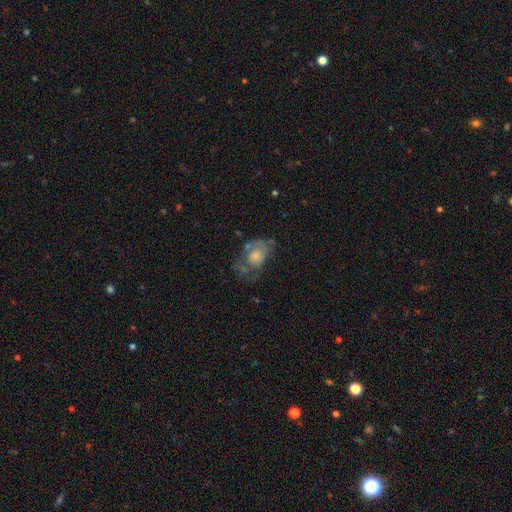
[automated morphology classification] A featured or disk galaxy (53%) with no bar (85%), no spiral arms (57%) and a moderate central bulge (46%).

Vote fractions:
- Smooth or featured? featured or disk: 53% / smooth: 36% / star or artifact: 12%
- Edge-on disk? no: 95% / yes: 5%
- Bar? no: 85% / weak: 13% / strong: 2%
- Spiral arms? no: 57% / yes: 43%
- Bulge size? moderate: 46% / small: 28% / large: 15% / none: 8% / dominant: 2%
- Merging? none: 41% / major disturbance: 30% / minor disturbance: 24% / merger: 5%